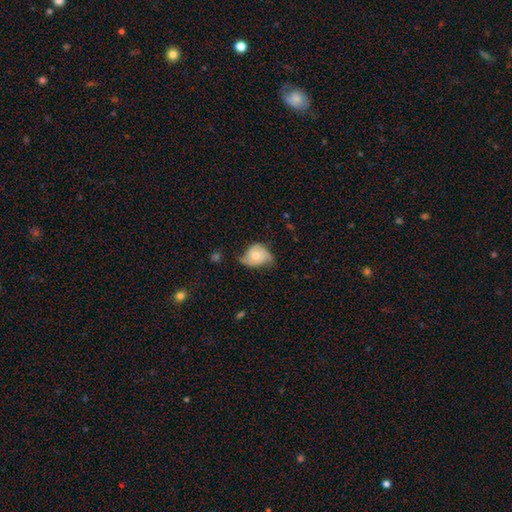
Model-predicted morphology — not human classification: Q: Smooth or featured?
A: featured or disk (58%); runner-up: smooth (36%)
Q: Edge-on disk?
A: no (96%); runner-up: yes (4%)
Q: Bar?
A: no (78%); runner-up: weak (18%)
Q: Spiral arms?
A: yes (79%); runner-up: no (21%)
Q: Bulge size?
A: moderate (61%); runner-up: small (33%)
Q: Merging?
A: minor disturbance (40%); tied with: none (40%)